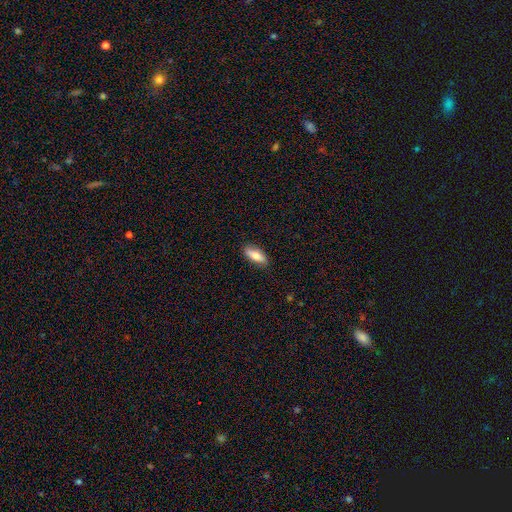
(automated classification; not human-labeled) smooth 73%, featured or disk 21%, star or artifact 6%. Down the decision tree: how rounded — in between (72%); merging — none (84%).